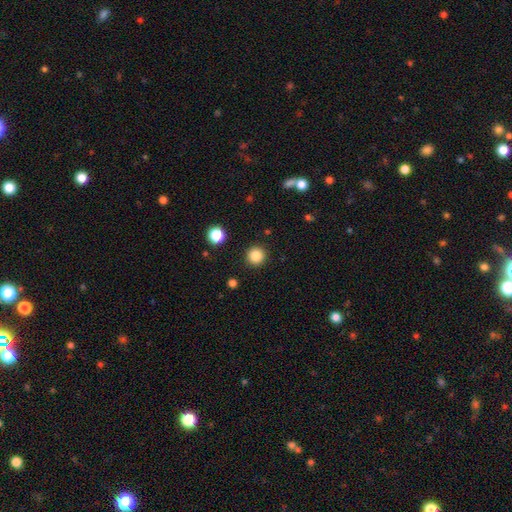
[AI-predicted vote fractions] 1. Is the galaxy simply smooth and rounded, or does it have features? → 85% smooth, 11% star or artifact, 4% featured or disk.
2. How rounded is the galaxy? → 95% round, 4% in between, 1% cigar-shaped.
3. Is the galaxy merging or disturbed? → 91% none, 5% minor disturbance, 2% major disturbance, 1% merger.